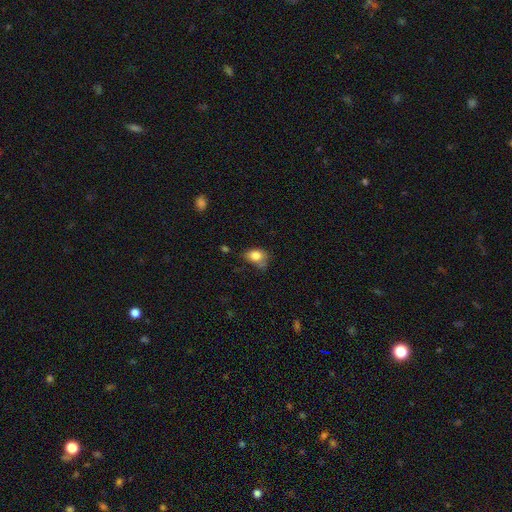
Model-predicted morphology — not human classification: smooth-or-featured: smooth: 81% | featured or disk: 10% | star or artifact: 9%
  how-rounded: in between: 71% | round: 28% | cigar-shaped: 1%
  merging: none: 47% | minor disturbance: 34% | major disturbance: 12% | merger: 7%